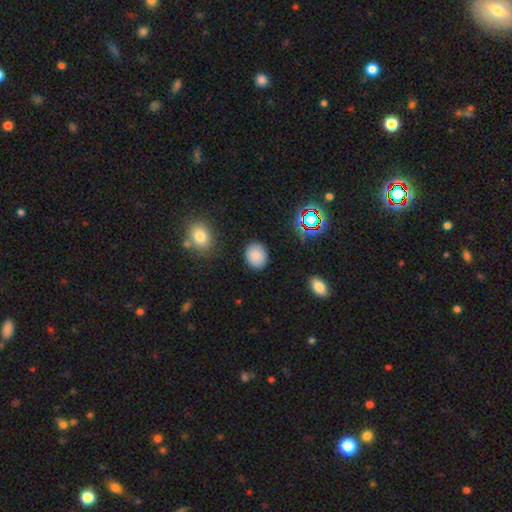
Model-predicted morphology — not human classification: The model was most divided on "how rounded": round: 59%, in between: 40%, cigar-shaped: 1%. More confident: merging — none (86%); smooth or featured — smooth (83%).